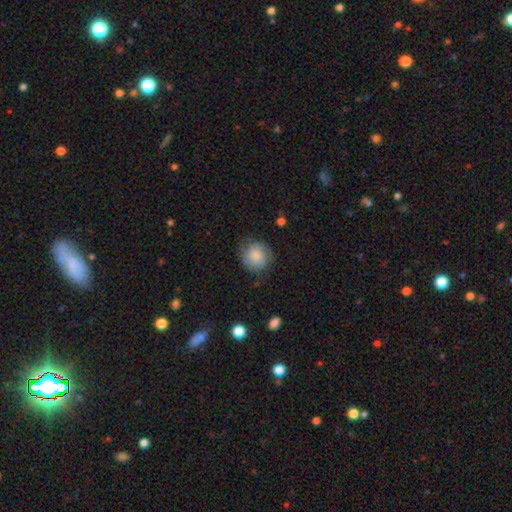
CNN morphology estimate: A smooth galaxy with no disk features (77%) that is round (84%). Merging: none (73%).